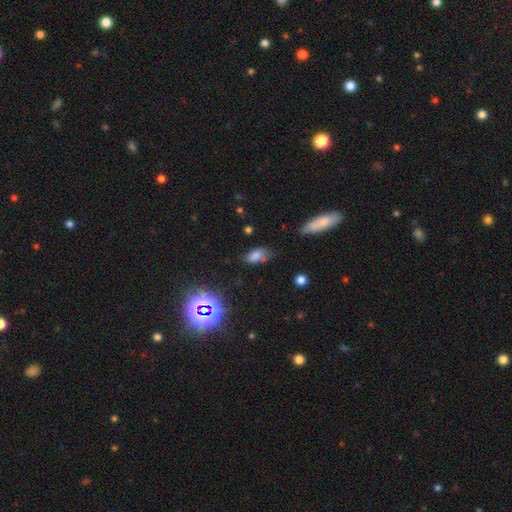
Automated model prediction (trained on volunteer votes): Q: Smooth or featured?
A: smooth (71%); runner-up: star or artifact (17%)
Q: How rounded?
A: in between (89%); runner-up: round (7%)
Q: Merging?
A: none (51%); runner-up: minor disturbance (31%)